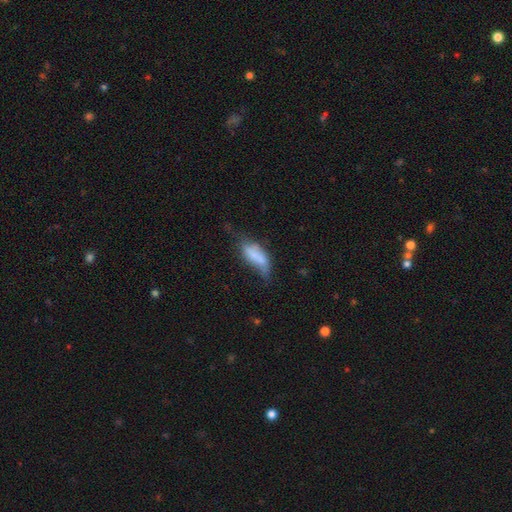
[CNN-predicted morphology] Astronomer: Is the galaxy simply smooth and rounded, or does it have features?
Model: smooth — 66%.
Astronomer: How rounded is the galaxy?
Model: in between — 75%.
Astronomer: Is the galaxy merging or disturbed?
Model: minor disturbance — 36% (runner-up: major disturbance, 30%).